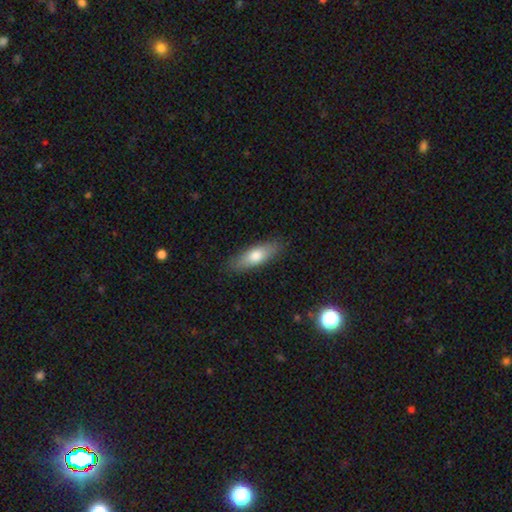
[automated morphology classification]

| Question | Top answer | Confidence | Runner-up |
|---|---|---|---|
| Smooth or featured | smooth | 70% | featured or disk (24%) |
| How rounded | in between | 56% | cigar-shaped (42%) |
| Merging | none | 86% | minor disturbance (10%) |